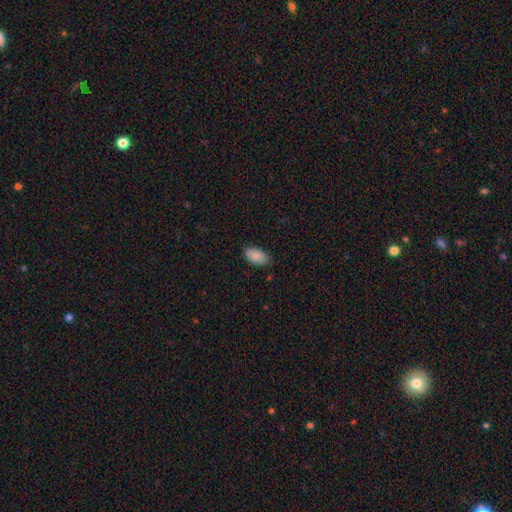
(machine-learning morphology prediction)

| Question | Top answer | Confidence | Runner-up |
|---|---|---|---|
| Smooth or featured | smooth | 84% | featured or disk (9%) |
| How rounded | in between | 94% | round (4%) |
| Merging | none | 80% | minor disturbance (16%) |